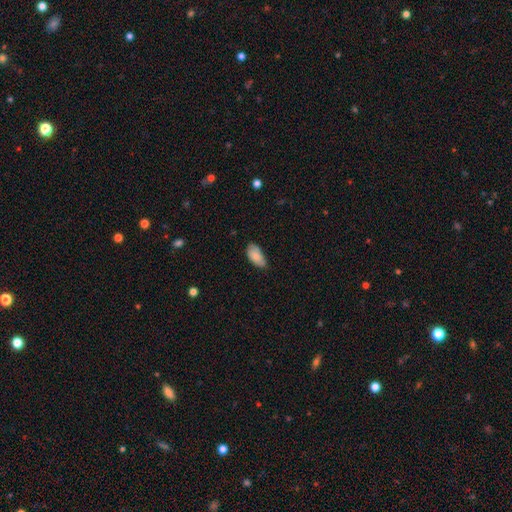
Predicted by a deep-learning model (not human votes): smooth 83%, featured or disk 10%, star or artifact 7%. Down the decision tree: how rounded — in between (94%); merging — none (59%).